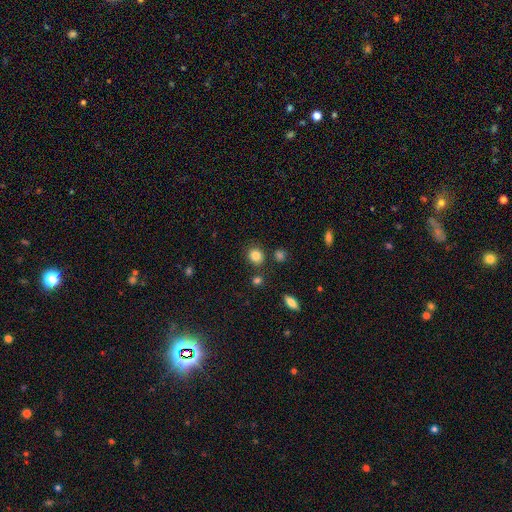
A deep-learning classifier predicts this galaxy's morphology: smooth_or_featured: smooth (p=0.84) [alt: star or artifact p=0.11]
how_rounded: round (p=0.79) [alt: in between p=0.20]
merging: none (p=0.82) [alt: minor disturbance p=0.09]